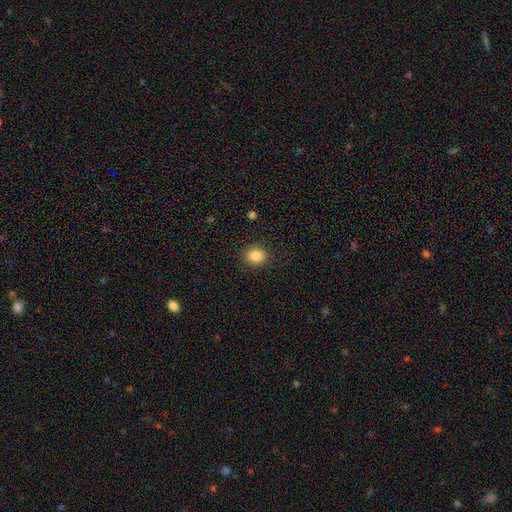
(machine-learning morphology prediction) This is clearly a smooth galaxy (85%). How rounded: likely round (71%). Merging: clearly none (87%).